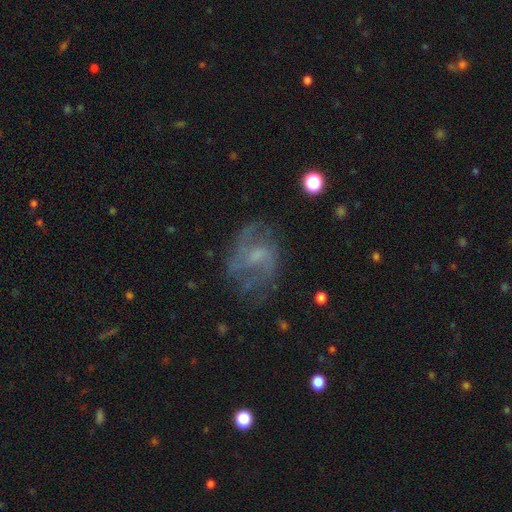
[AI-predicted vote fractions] This is likely a featured or disk galaxy (71%). It is clearly not viewed edge-on (97%). Bar: possibly weak (48%). Spiral arm pattern: likely yes (80%). Spiral arm count: possibly 2 (52%). Spiral winding: marginally medium (44%). Central bulge: marginally small (37%). Merging: possibly none (59%).